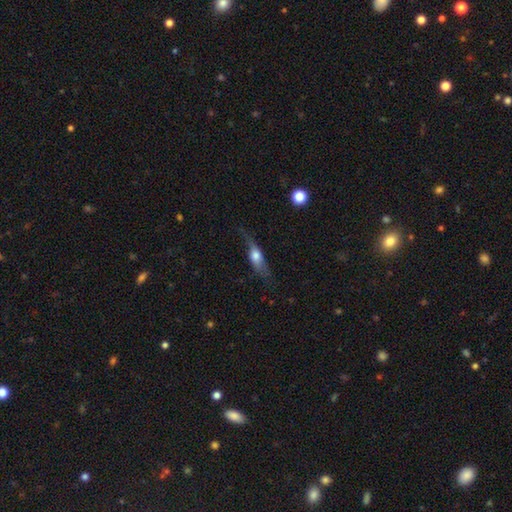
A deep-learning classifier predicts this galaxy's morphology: smooth-or-featured: smooth: 52% | featured or disk: 41% | star or artifact: 7%
  how-rounded: in between: 50% | cigar-shaped: 44% | round: 6%
  merging: none: 53% | minor disturbance: 29% | major disturbance: 16% | merger: 2%